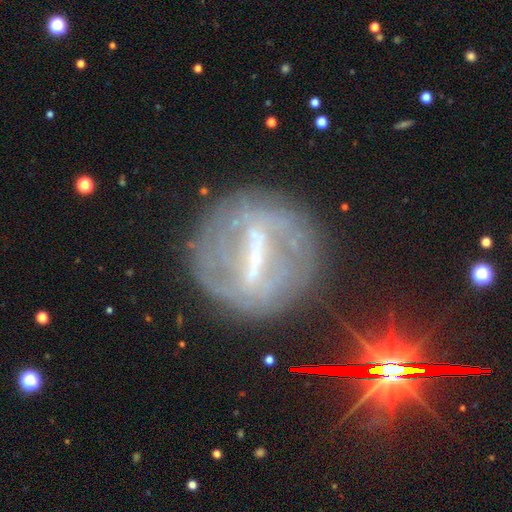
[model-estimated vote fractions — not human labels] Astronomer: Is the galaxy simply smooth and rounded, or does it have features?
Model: featured or disk — 73%.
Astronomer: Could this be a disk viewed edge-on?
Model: no — 83%.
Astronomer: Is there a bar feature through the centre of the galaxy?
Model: strong — 76%.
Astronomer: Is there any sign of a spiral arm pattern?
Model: no — 51% (runner-up: yes, 49%).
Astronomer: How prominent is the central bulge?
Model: small — 47% (runner-up: none, 31%).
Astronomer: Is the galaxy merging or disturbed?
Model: none — 77%.